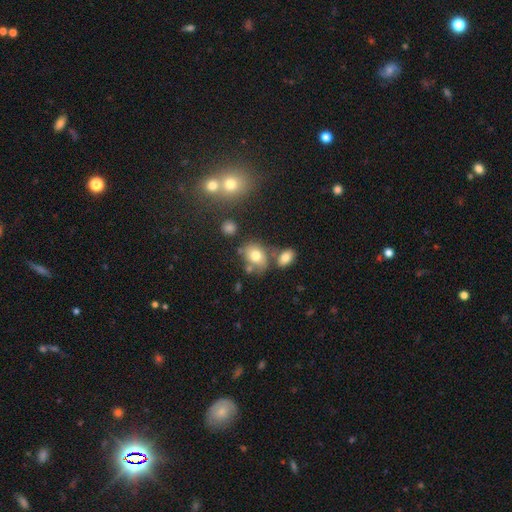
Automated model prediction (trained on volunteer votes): Smooth or featured? smooth (75%)
How rounded? in between (65%)
Merging? none (56%)